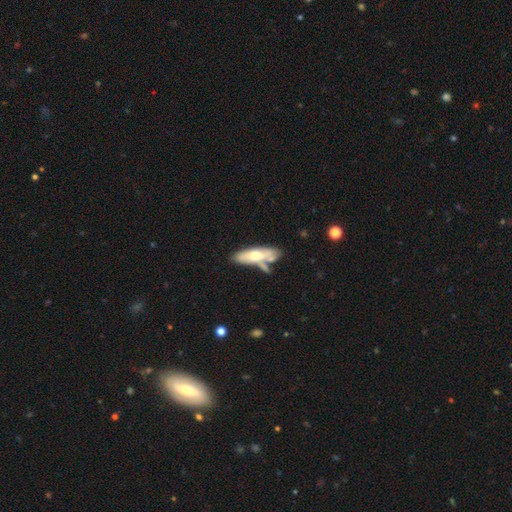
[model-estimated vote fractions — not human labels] Smooth or featured? Predicted: smooth (p=0.59). How rounded? Predicted: in between (p=0.52). Merging? Predicted: none (p=0.45).